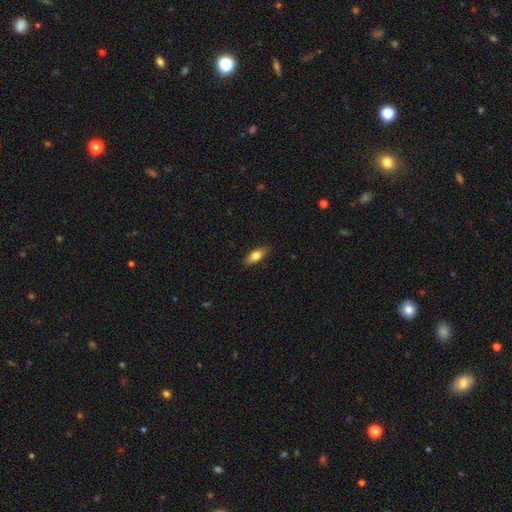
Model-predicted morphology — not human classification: Smooth or featured? Predicted: smooth (p=0.71). How rounded? Predicted: in between (p=0.73). Merging? Predicted: none (p=0.85).